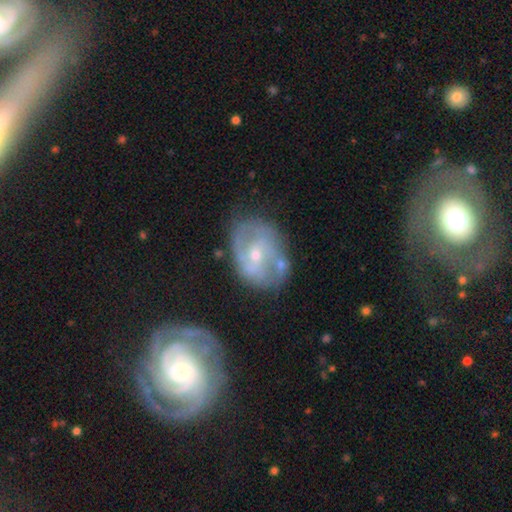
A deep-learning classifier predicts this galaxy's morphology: The model was most divided on "bar": weak: 45%, no: 40%, strong: 15%. Remaining: edge-on disk — no (97%); spiral arms — yes (86%); smooth or featured — featured or disk (78%); spiral arm count — 2 (64%); bulge size — small (60%); merging — none (60%); spiral winding — medium (47%).